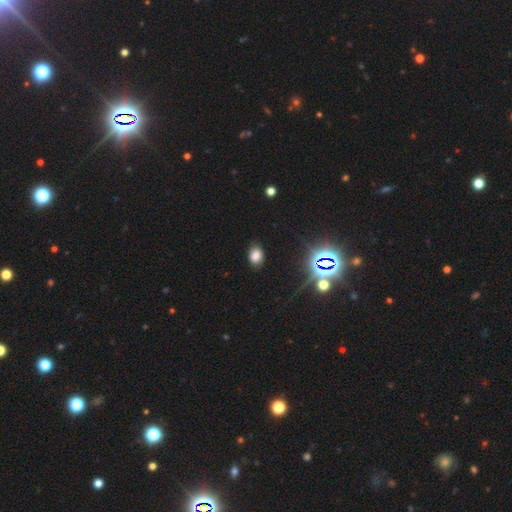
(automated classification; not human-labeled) Morphology: type=smooth (74%); roundness=in between (77%); merging=none (84%).